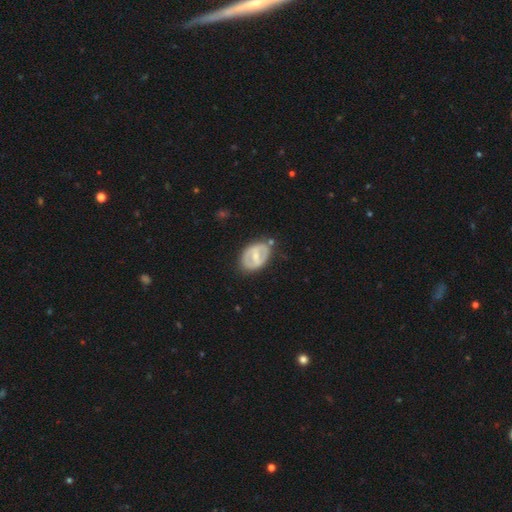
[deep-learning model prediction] Q: Smooth or featured?
A: featured or disk (61%); runner-up: smooth (33%)
Q: Edge-on disk?
A: no (93%); runner-up: yes (7%)
Q: Bar?
A: strong (47%); runner-up: weak (35%)
Q: Spiral arms?
A: no (75%); runner-up: yes (25%)
Q: Bulge size?
A: moderate (53%); runner-up: small (38%)
Q: Merging?
A: none (69%); runner-up: minor disturbance (19%)